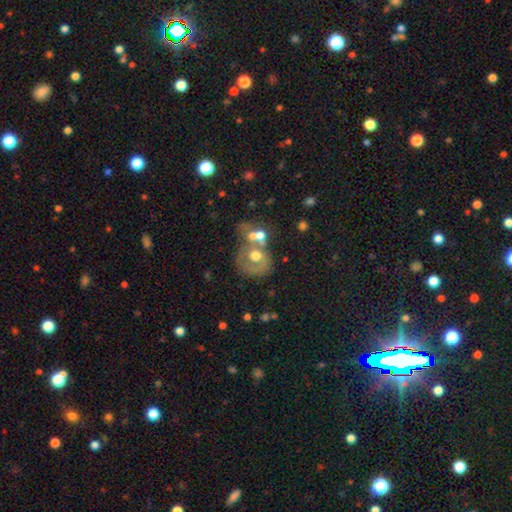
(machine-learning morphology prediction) Q: Smooth or featured?
A: featured or disk (46%); runner-up: smooth (43%)
Q: Merging?
A: merger (41%); runner-up: none (32%)